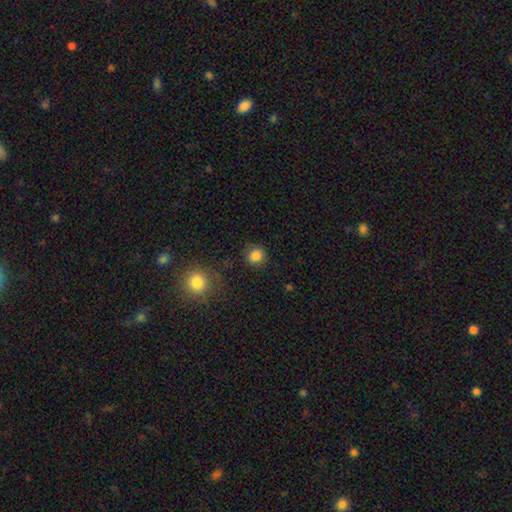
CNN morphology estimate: A smooth galaxy with no disk features (85%) that is round (88%).

Vote fractions:
- Smooth or featured? smooth: 85% / star or artifact: 11% / featured or disk: 4%
- How rounded? round: 88% / in between: 11% / cigar-shaped: 1%
- Merging? none: 84% / minor disturbance: 10% / major disturbance: 3% / merger: 3%